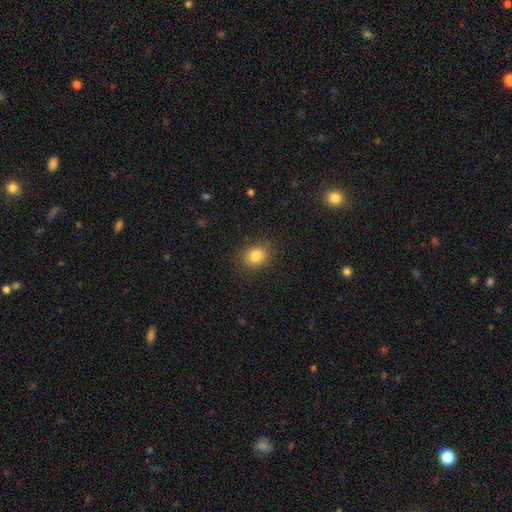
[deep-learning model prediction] A smooth galaxy with no disk features (83%) that is round (59%). Merging: none (87%).